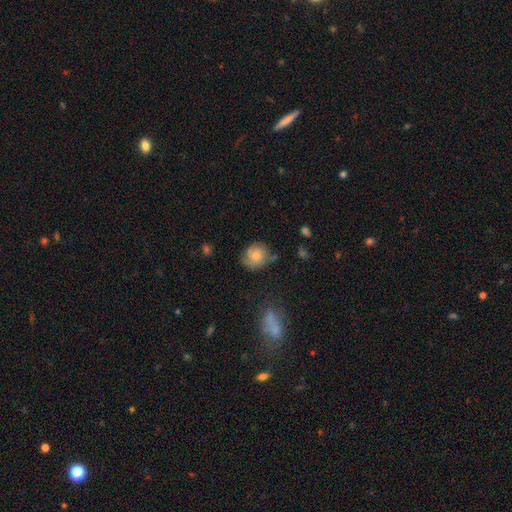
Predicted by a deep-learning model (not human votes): smooth 57%, featured or disk 34%, star or artifact 9%. Down the decision tree: how rounded — round (75%); merging — none (61%).